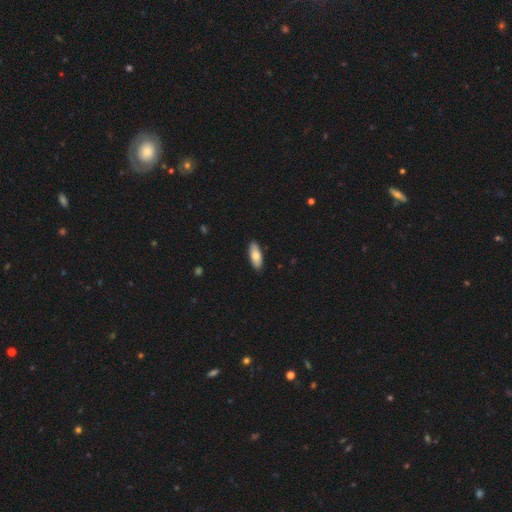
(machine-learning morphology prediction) Smooth or featured?
  - smooth: 78% *
  - featured or disk: 17%
  - star or artifact: 6%
How rounded?
  - in between: 77% *
  - cigar-shaped: 21%
  - round: 2%
Merging?
  - none: 89% *
  - minor disturbance: 8%
  - major disturbance: 2%
  - merger: 1%